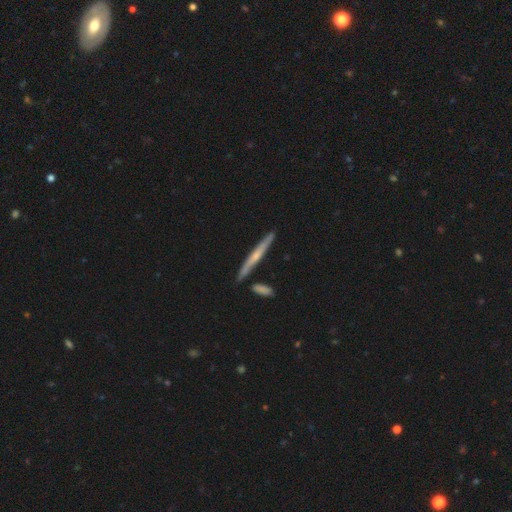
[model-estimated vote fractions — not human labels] The model was most divided on "edge-on bulge": rounded: 54%, none: 41%, boxy: 5%. More confident: edge-on disk — yes (95%); merging — none (85%); smooth or featured — featured or disk (57%).